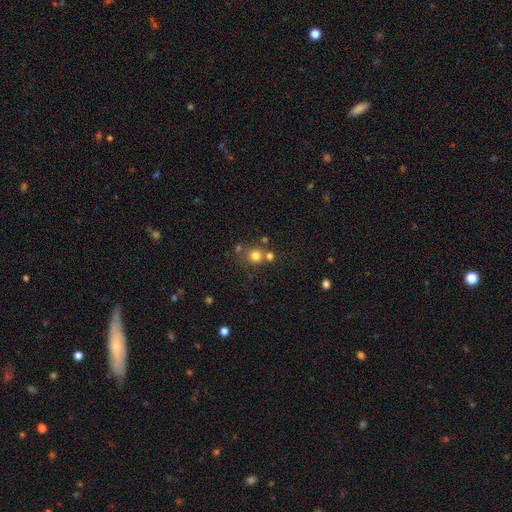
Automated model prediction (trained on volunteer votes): Smooth or featured? Predicted: smooth (p=0.75). How rounded? Predicted: round (p=0.90). Merging? Predicted: none (p=0.62).